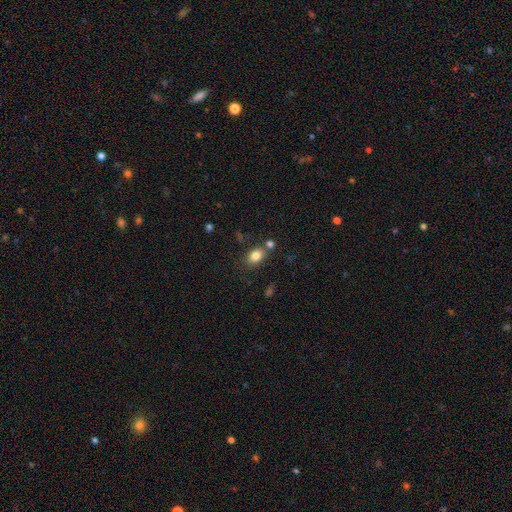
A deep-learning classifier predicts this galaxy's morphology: Smooth or featured?
  - smooth: 83% *
  - star or artifact: 10%
  - featured or disk: 8%
How rounded?
  - in between: 76% *
  - round: 23%
  - cigar-shaped: 1%
Merging?
  - none: 70% *
  - minor disturbance: 13%
  - merger: 13%
  - major disturbance: 4%